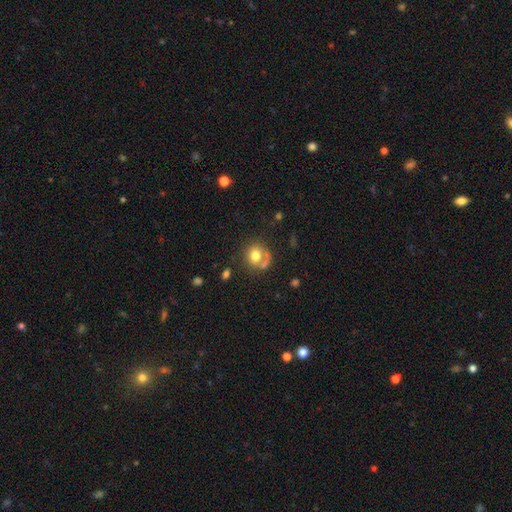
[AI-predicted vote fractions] Smooth or featured?
  - smooth: 71% *
  - featured or disk: 20%
  - star or artifact: 9%
How rounded?
  - round: 75% *
  - in between: 24%
  - cigar-shaped: 1%
Merging?
  - none: 49% *
  - merger: 18%
  - minor disturbance: 18%
  - major disturbance: 15%